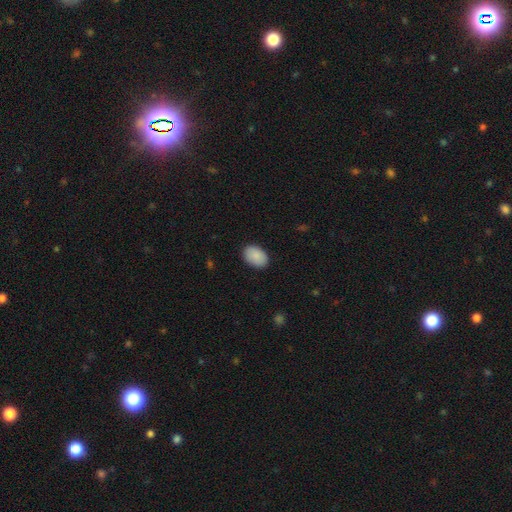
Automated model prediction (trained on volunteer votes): smooth_or_featured: smooth (p=0.90) [alt: star or artifact p=0.06]
how_rounded: in between (p=0.86) [alt: round p=0.13]
merging: none (p=0.88) [alt: minor disturbance p=0.09]